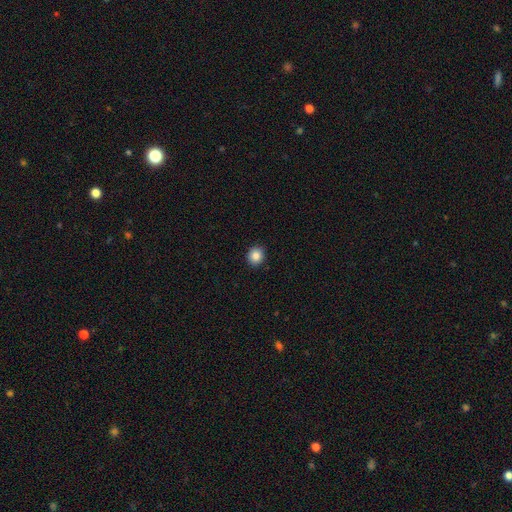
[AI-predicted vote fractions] smooth-or-featured: smooth: 86% | star or artifact: 10% | featured or disk: 4%
  how-rounded: round: 86% | in between: 14% | cigar-shaped: 1%
  merging: none: 92% | minor disturbance: 6% | major disturbance: 2% | merger: 1%